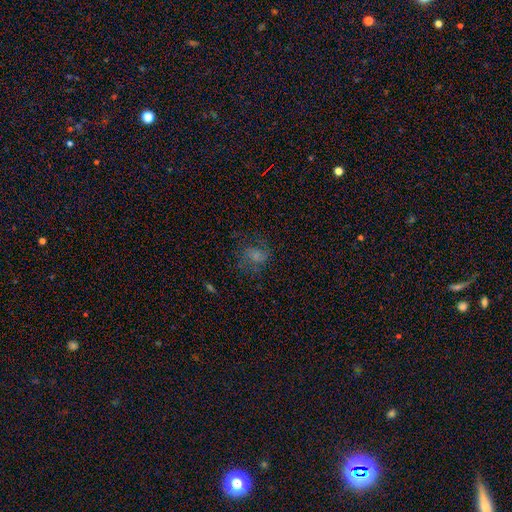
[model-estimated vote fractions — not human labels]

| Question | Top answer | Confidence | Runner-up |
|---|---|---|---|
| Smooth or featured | smooth | 50% | featured or disk (32%) |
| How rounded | round | 54% | in between (45%) |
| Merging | none | 54% | major disturbance (23%) |